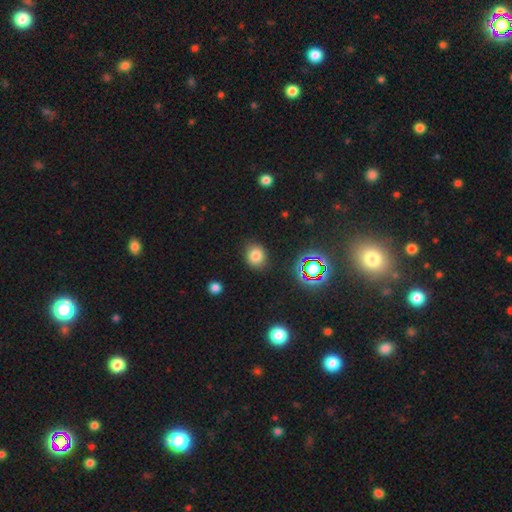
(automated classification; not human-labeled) Smooth or featured? Predicted: smooth (p=0.78). How rounded? Predicted: round (p=0.64). Merging? Predicted: none (p=0.85).